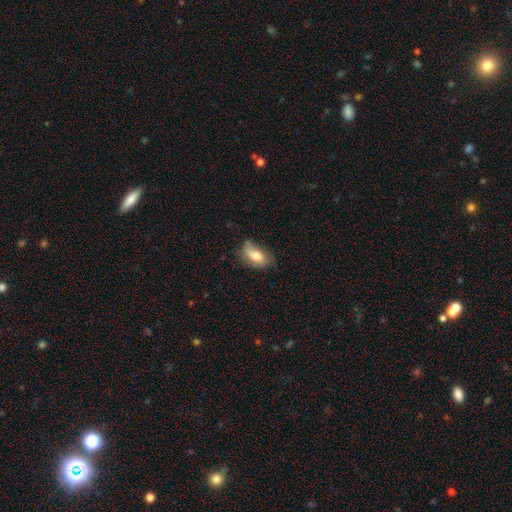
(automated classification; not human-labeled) Smooth or featured? smooth (64%)
How rounded? in between (87%)
Merging? none (60%)